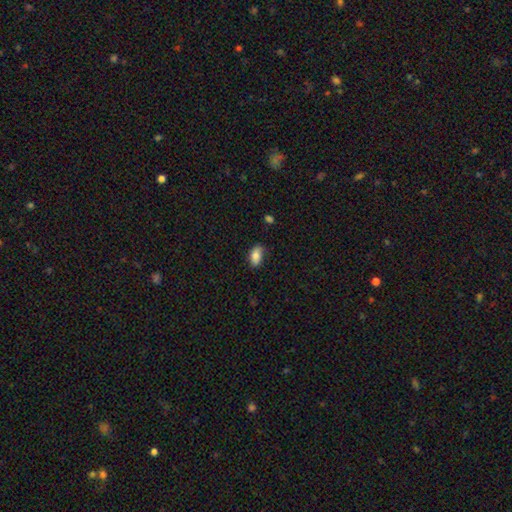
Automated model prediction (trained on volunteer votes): Smooth or featured?
  - smooth: 83% *
  - featured or disk: 9%
  - star or artifact: 8%
How rounded?
  - in between: 91% *
  - round: 5%
  - cigar-shaped: 3%
Merging?
  - none: 72% *
  - minor disturbance: 22%
  - major disturbance: 4%
  - merger: 2%